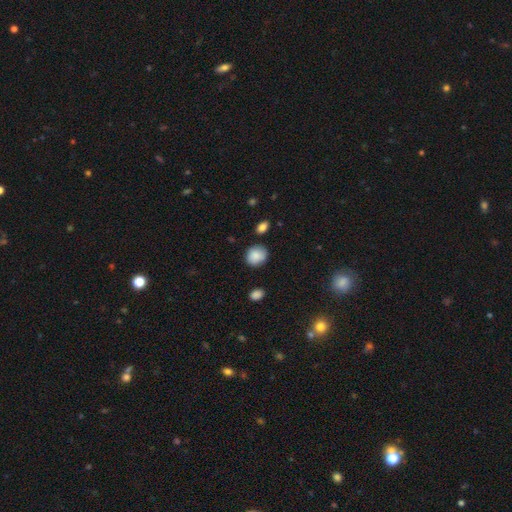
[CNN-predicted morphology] Smooth or featured? smooth (88%)
How rounded? round (76%)
Merging? none (81%)